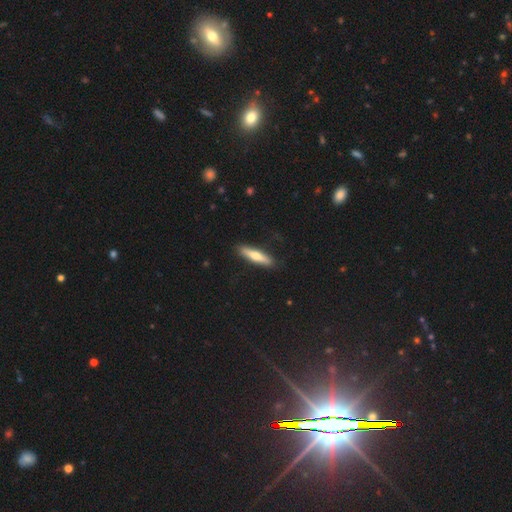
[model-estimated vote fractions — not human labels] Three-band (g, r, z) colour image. It shows a smooth galaxy with no disk features (56%) that is cigar-shaped (83%). Merging: none (88%).